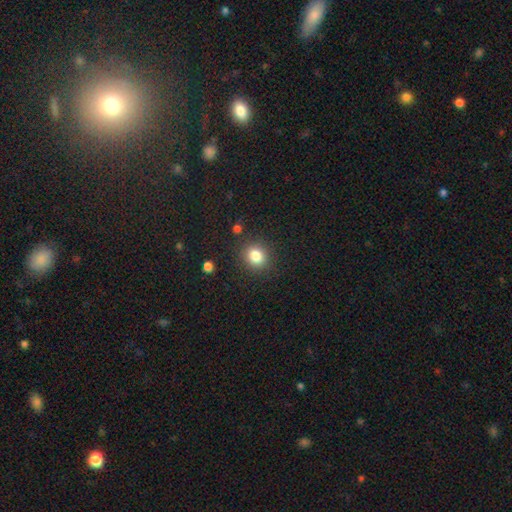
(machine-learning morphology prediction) This is clearly a smooth galaxy (83%). How rounded: likely round (68%). Merging: clearly none (86%).